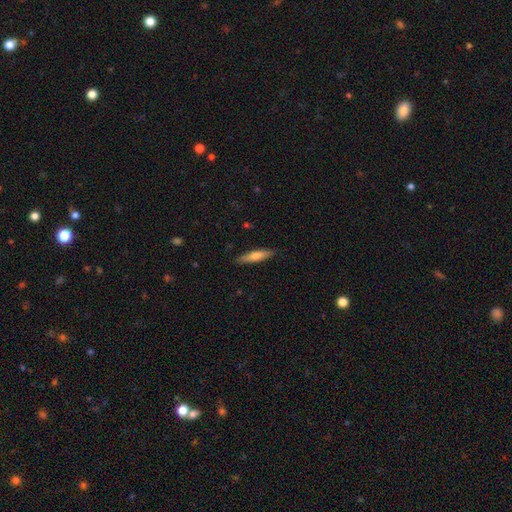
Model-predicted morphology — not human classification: A smooth galaxy with no disk features (67%) that is cigar-shaped (82%).

Vote fractions:
- Smooth or featured? smooth: 67% / featured or disk: 27% / star or artifact: 6%
- How rounded? cigar-shaped: 82% / in between: 16% / round: 1%
- Merging? none: 88% / minor disturbance: 9% / major disturbance: 2% / merger: 1%